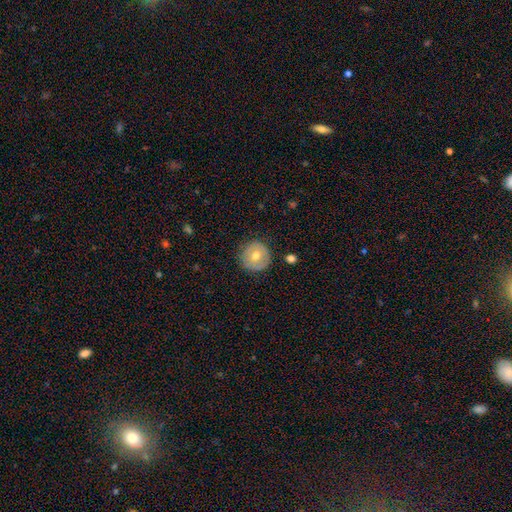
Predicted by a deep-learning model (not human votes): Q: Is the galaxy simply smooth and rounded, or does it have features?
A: smooth — 59%.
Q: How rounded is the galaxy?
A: round — 94%.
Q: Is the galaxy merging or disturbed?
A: none — 87%.